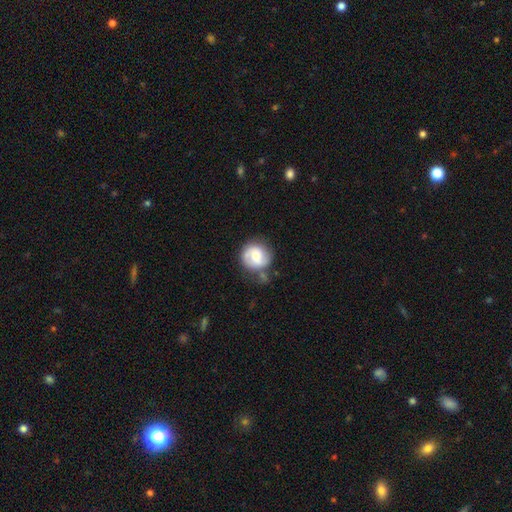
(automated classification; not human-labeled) Q: Smooth or featured?
A: featured or disk (49%); runner-up: smooth (44%)
Q: Merging?
A: none (57%); runner-up: minor disturbance (24%)